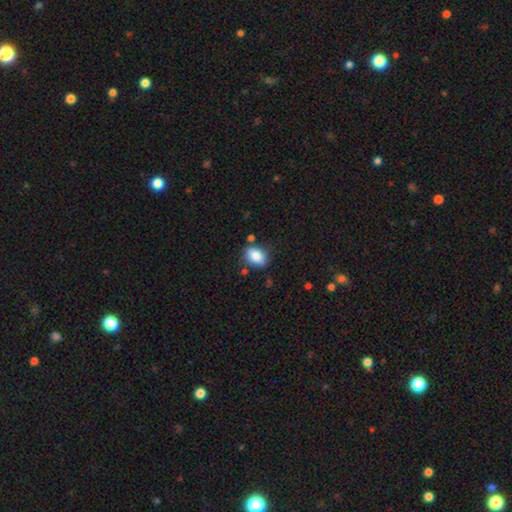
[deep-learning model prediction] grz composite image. It shows a smooth galaxy with no disk features (85%) that is in between round and cigar-shaped (81%). Merging: none (76%).